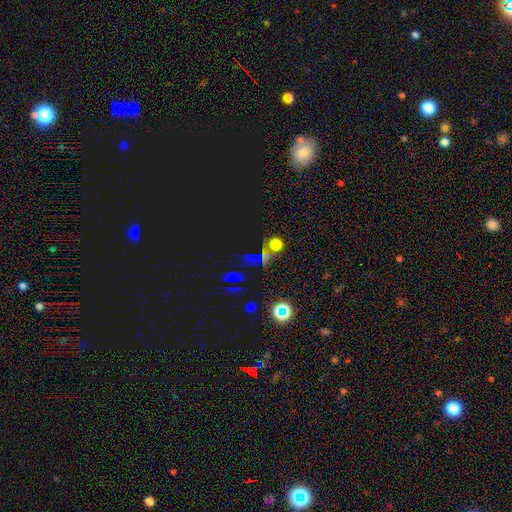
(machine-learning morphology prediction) Overall: star or artifact (67%).